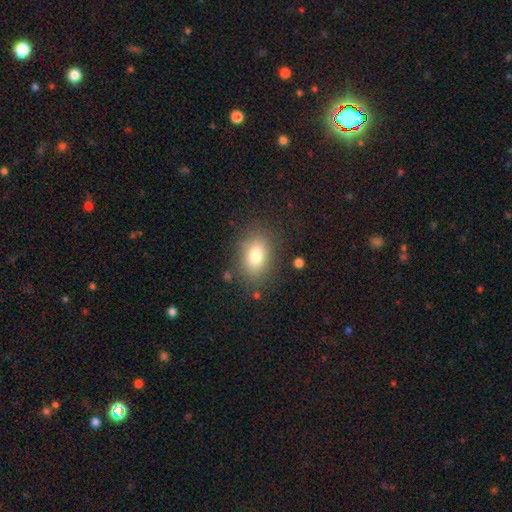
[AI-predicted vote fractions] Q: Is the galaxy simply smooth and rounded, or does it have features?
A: smooth — 80%.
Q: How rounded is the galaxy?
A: in between — 79%.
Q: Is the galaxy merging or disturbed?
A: none — 82%.